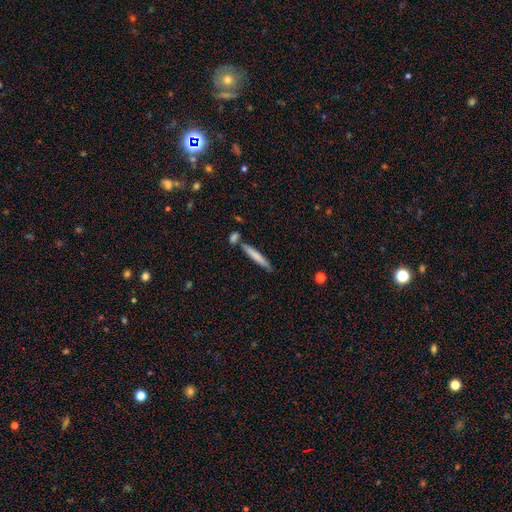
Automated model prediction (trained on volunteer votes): A smooth galaxy with no disk features (73%) that is cigar-shaped (94%). Merging: none (76%).